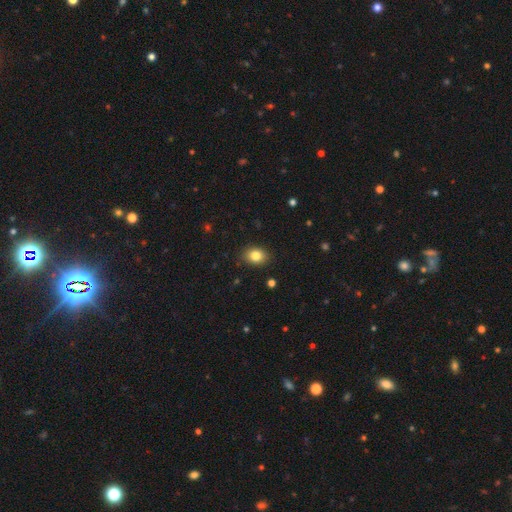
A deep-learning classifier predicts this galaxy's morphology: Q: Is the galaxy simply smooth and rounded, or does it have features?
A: smooth — 83%.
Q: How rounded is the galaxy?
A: in between — 66%.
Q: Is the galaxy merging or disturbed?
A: none — 88%.